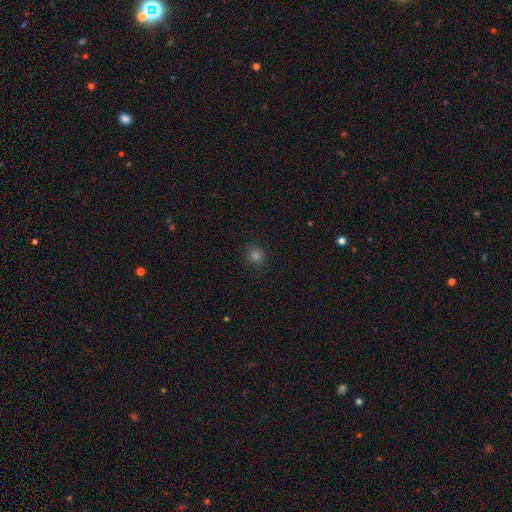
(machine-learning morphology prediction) Smooth or featured? smooth (77%)
How rounded? round (86%)
Merging? none (91%)